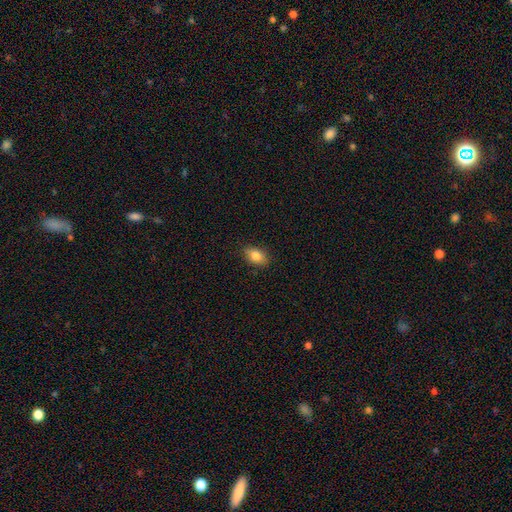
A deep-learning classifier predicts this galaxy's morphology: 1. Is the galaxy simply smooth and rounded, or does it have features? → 81% smooth, 11% featured or disk, 8% star or artifact.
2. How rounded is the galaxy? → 85% in between, 11% round, 4% cigar-shaped.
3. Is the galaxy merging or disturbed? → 86% none, 11% minor disturbance, 2% major disturbance, 1% merger.